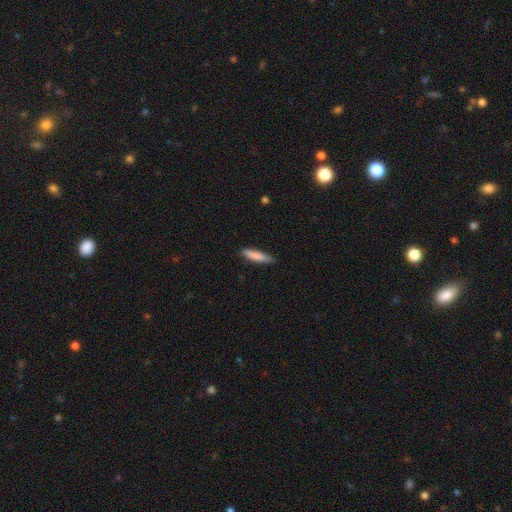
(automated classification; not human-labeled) smooth_or_featured: smooth (p=0.83) [alt: featured or disk p=0.11]
how_rounded: cigar-shaped (p=0.80) [alt: in between p=0.18]
merging: none (p=0.81) [alt: minor disturbance p=0.16]